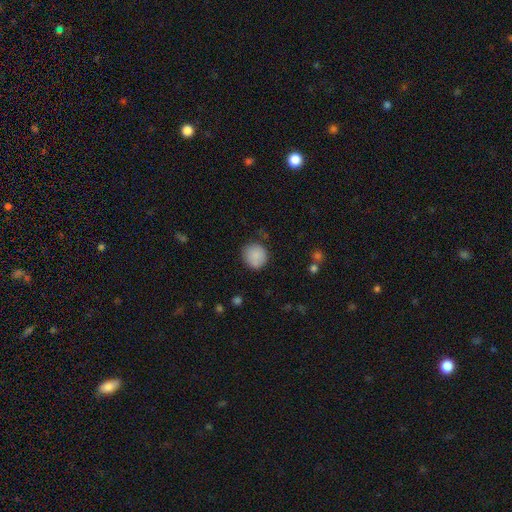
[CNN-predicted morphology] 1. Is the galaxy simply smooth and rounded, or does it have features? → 87% smooth, 8% star or artifact, 5% featured or disk.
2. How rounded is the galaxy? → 89% round, 10% in between, 1% cigar-shaped.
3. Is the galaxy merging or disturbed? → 80% none, 14% minor disturbance, 4% major disturbance, 2% merger.